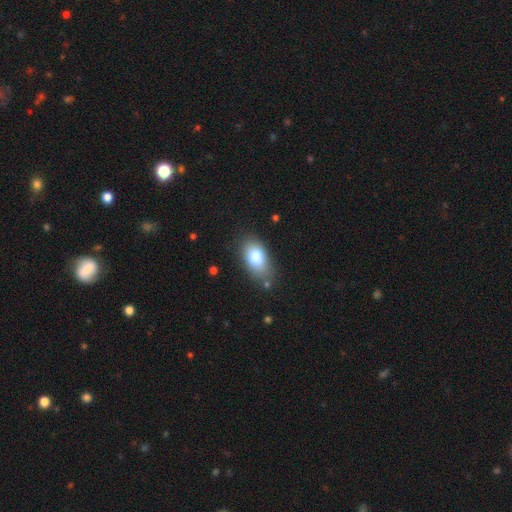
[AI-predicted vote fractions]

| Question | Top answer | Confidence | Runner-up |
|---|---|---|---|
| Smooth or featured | smooth | 82% | featured or disk (11%) |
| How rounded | in between | 91% | round (6%) |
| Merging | none | 74% | minor disturbance (18%) |